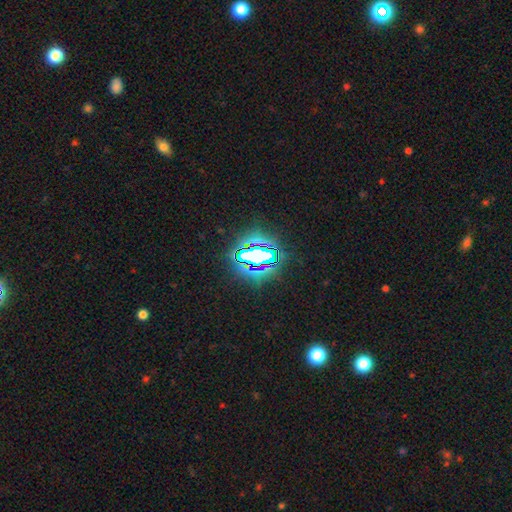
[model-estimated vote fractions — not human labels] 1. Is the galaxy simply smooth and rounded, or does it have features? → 68% star or artifact, 19% smooth, 13% featured or disk.